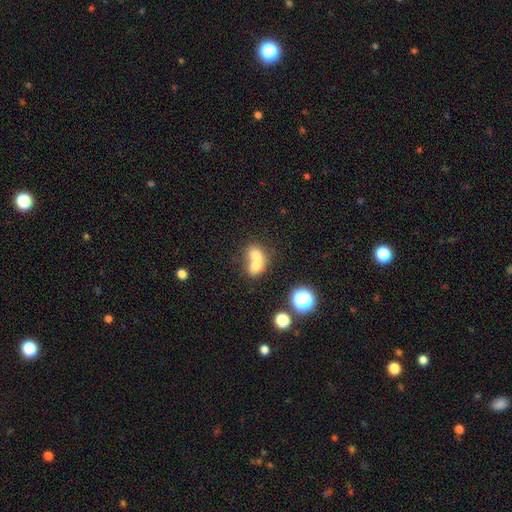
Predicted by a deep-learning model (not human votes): smooth_or_featured: smooth (p=0.68) [alt: featured or disk p=0.20]
how_rounded: in between (p=0.50) [alt: round p=0.49]
merging: merger (p=0.73) [alt: none p=0.19]